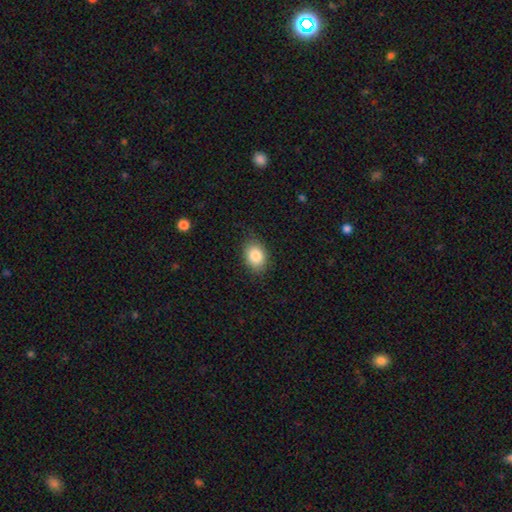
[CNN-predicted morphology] Overall: smooth (85%). How rounded: in between (70%). Merging: none (81%).